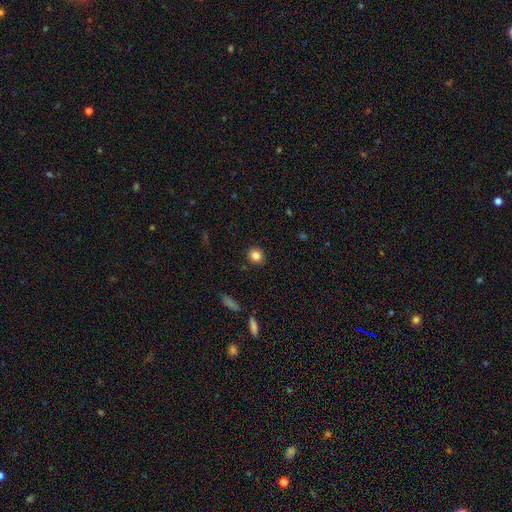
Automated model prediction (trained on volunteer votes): A smooth galaxy with no disk features (83%) that is round (83%).

Vote fractions:
- Smooth or featured? smooth: 83% / star or artifact: 10% / featured or disk: 6%
- How rounded? round: 83% / in between: 16% / cigar-shaped: 1%
- Merging? none: 90% / minor disturbance: 7% / major disturbance: 2% / merger: 1%